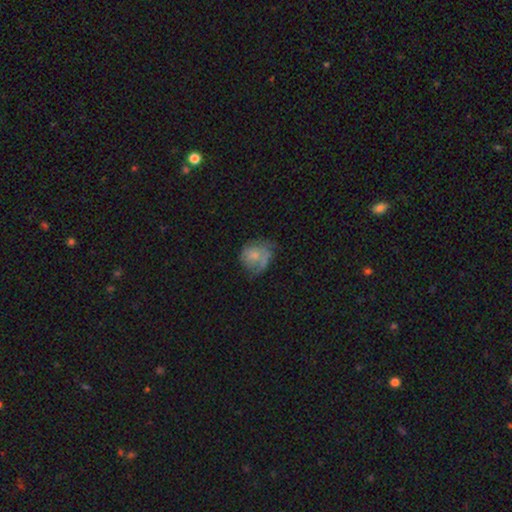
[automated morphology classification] Smooth or featured: smooth — 52% (featured or disk — 39%)
How rounded: round — 62% (in between — 37%)
Merging: none — 41% (minor disturbance — 30%)